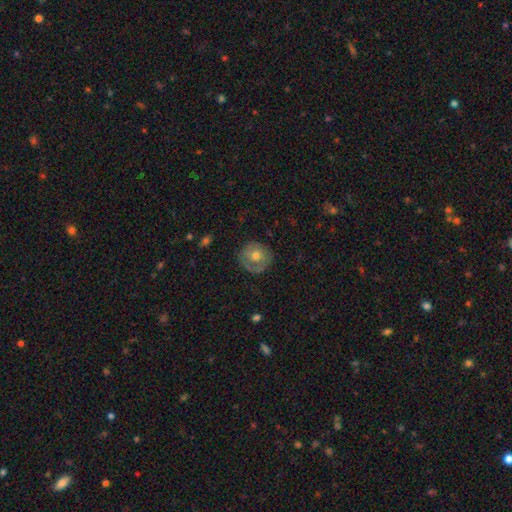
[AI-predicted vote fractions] Smooth or featured: smooth — 47% (featured or disk — 44%)
Merging: none — 76% (minor disturbance — 17%)